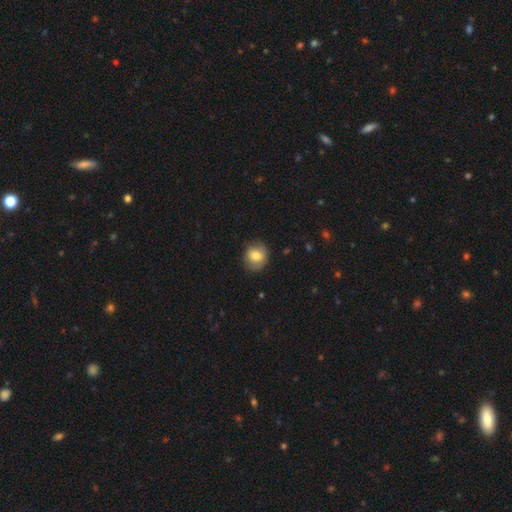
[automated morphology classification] Smooth or featured? smooth (78%)
How rounded? round (75%)
Merging? none (75%)